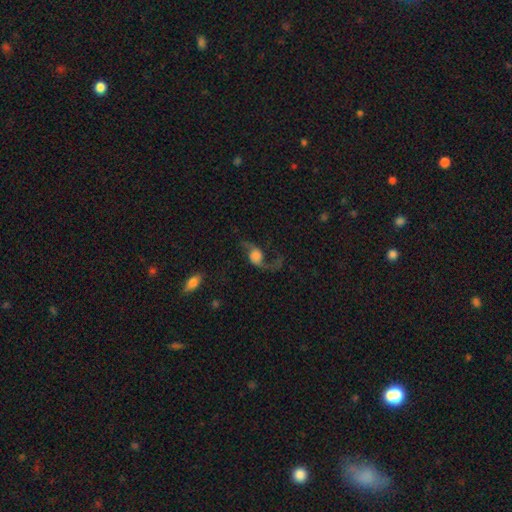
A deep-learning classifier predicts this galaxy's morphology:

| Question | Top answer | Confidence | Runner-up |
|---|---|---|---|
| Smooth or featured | featured or disk | 74% | smooth (17%) |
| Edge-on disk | no | 95% | yes (5%) |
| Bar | no | 66% | weak (26%) |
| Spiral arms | yes | 94% | no (6%) |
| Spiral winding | loose | 88% | medium (9%) |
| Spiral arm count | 2 | 90% | 1 (6%) |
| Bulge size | large | 35% | dominant (23%) |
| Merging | none | 58% | major disturbance (22%) |